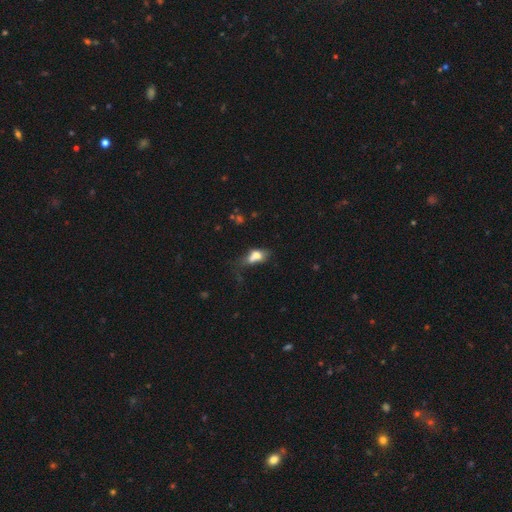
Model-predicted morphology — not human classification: Q: Smooth or featured?
A: smooth (68%); runner-up: featured or disk (20%)
Q: How rounded?
A: in between (76%); runner-up: round (18%)
Q: Merging?
A: major disturbance (30%); runner-up: merger (25%)